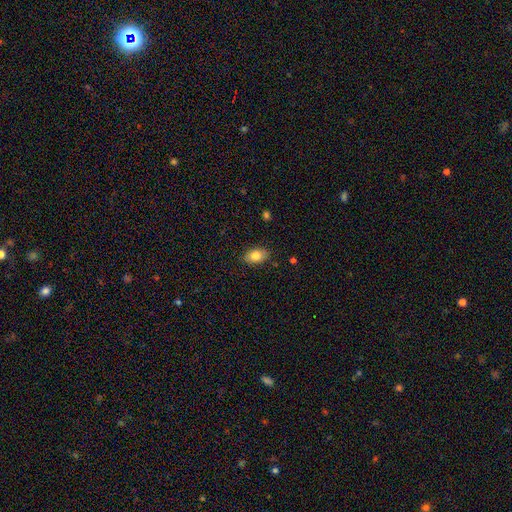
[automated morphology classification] This appears to be a smooth galaxy with no disk features (80%) that is in between round and cigar-shaped (89%). Merging: none (86%).